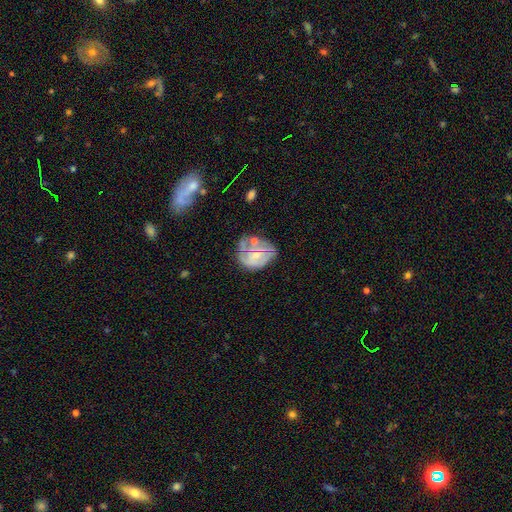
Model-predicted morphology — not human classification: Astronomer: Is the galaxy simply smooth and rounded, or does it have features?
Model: featured or disk — 61%.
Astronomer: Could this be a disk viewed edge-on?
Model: no — 97%.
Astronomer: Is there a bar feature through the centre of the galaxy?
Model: no — 67%.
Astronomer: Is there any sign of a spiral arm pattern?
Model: yes — 60% (runner-up: no, 40%).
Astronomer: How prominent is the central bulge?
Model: small — 52% (runner-up: moderate, 32%).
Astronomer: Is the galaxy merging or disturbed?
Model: none — 40% (runner-up: minor disturbance, 27%).